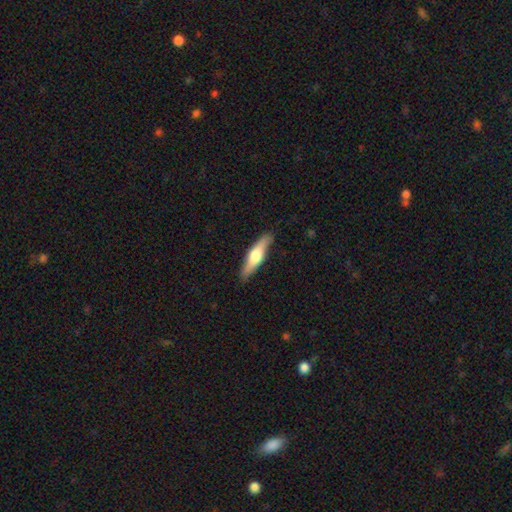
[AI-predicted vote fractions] This is possibly a featured or disk galaxy (49%). Merging: clearly none (86%).